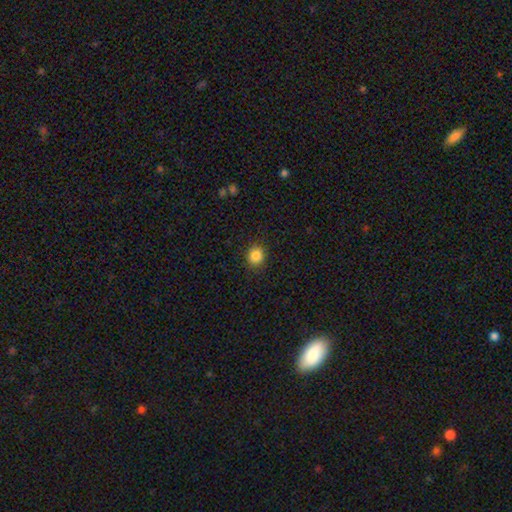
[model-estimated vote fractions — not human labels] This appears to be a smooth galaxy with no disk features (85%) that is round (85%). Merging: none (90%).